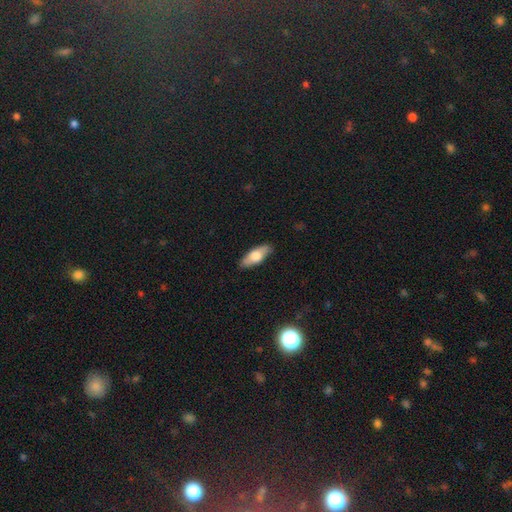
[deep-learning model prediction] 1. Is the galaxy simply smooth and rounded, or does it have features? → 64% smooth, 30% featured or disk, 6% star or artifact.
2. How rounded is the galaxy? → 69% in between, 28% cigar-shaped, 3% round.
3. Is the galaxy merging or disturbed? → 87% none, 10% minor disturbance, 2% major disturbance, 1% merger.